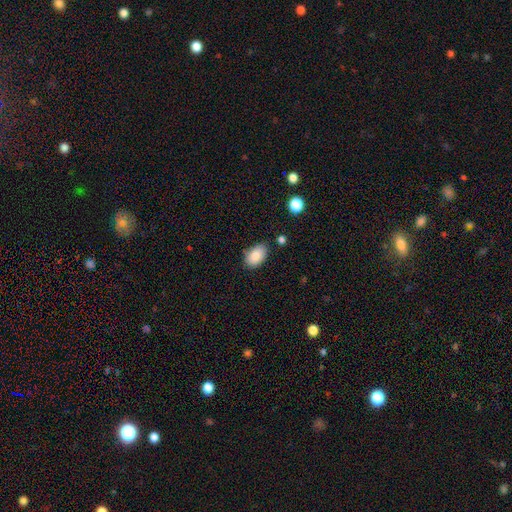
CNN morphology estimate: smooth-or-featured: smooth: 84% | featured or disk: 9% | star or artifact: 7%
  how-rounded: in between: 90% | round: 9% | cigar-shaped: 1%
  merging: none: 79% | minor disturbance: 16% | merger: 3% | major disturbance: 3%